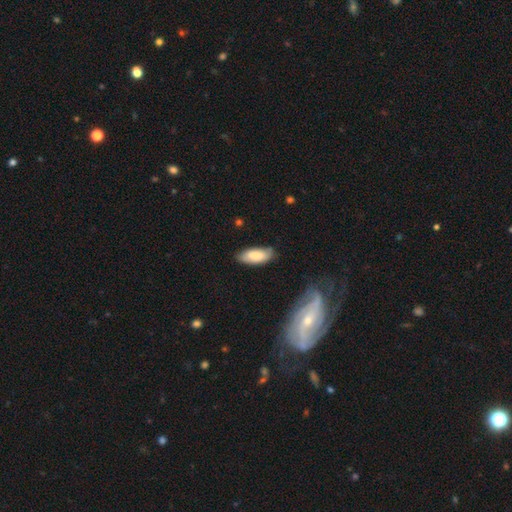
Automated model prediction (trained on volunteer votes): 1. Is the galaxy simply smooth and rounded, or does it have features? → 81% smooth, 12% featured or disk, 6% star or artifact.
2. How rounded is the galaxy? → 81% in between, 18% cigar-shaped, 2% round.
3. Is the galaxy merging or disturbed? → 75% none, 19% minor disturbance, 3% major disturbance, 2% merger.